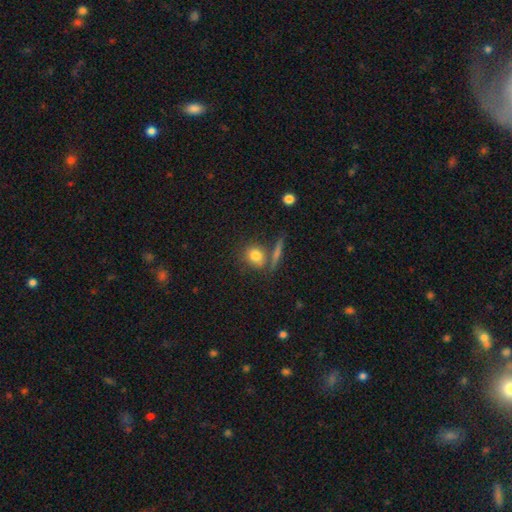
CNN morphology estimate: Overall: smooth (79%). How rounded: round (66%; in between 29%). Merging: none (64%).